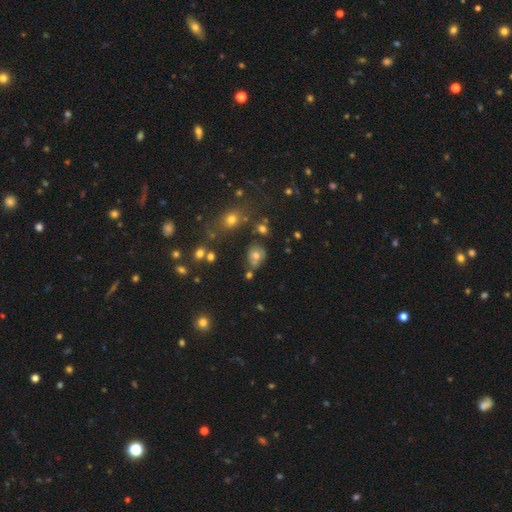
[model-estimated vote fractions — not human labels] smooth 64%, star or artifact 19%, featured or disk 17%. Down the decision tree: how rounded — round (59%); merging — none (55%).